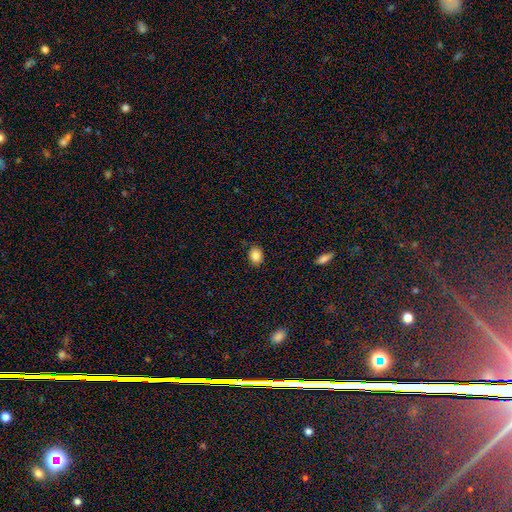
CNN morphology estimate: Overall: smooth (87%). How rounded: in between (62%; round 37%). Merging: none (85%).